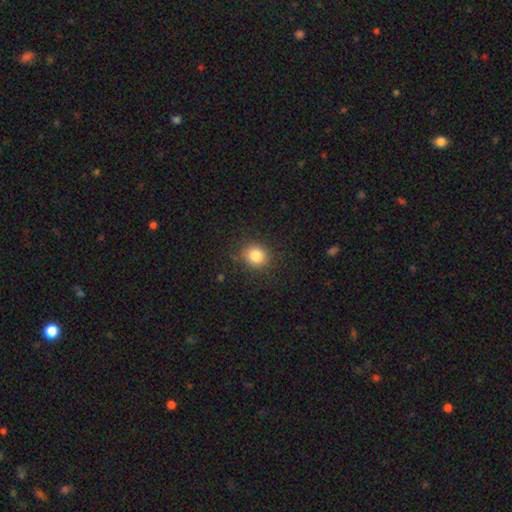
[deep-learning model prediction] Overall: smooth (84%). How rounded: round (78%). Merging: none (86%).